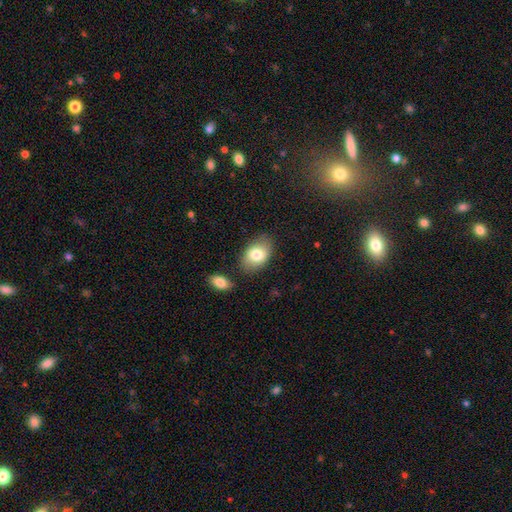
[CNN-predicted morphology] Smooth or featured? smooth (78%)
How rounded? in between (88%)
Merging? none (77%)